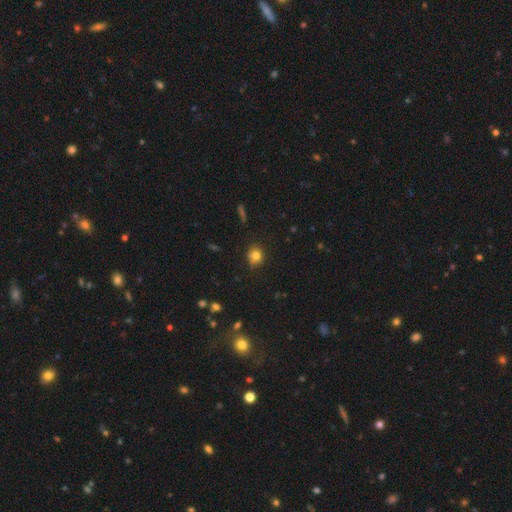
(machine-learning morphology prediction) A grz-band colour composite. It shows a smooth galaxy with no disk features (78%) that is round (80%). Merging: none (75%).